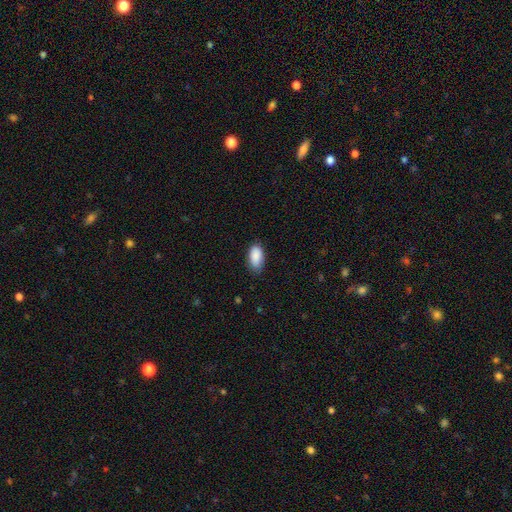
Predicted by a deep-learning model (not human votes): Q: Smooth or featured?
A: smooth (89%); runner-up: star or artifact (7%)
Q: How rounded?
A: in between (94%); runner-up: round (3%)
Q: Merging?
A: none (74%); runner-up: minor disturbance (21%)